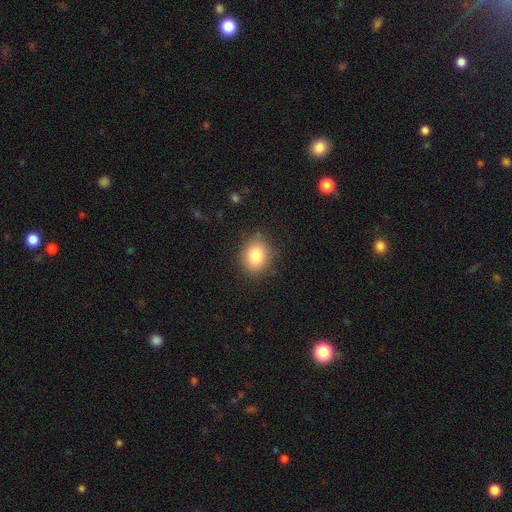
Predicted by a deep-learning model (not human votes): Smooth or featured? smooth (82%)
How rounded? round (62%)
Merging? none (83%)